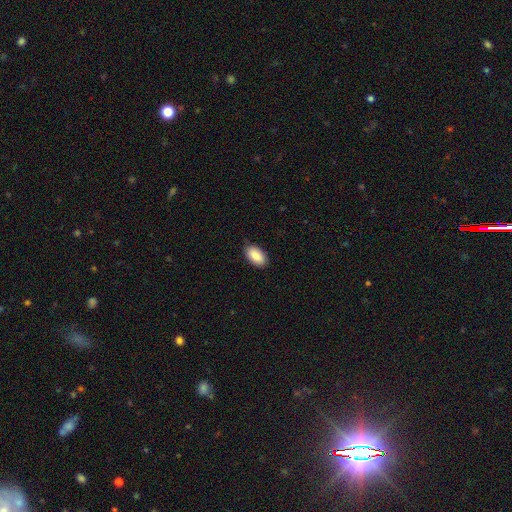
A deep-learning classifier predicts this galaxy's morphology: Smooth or featured? Predicted: smooth (p=0.88). How rounded? Predicted: in between (p=0.95). Merging? Predicted: none (p=0.86).